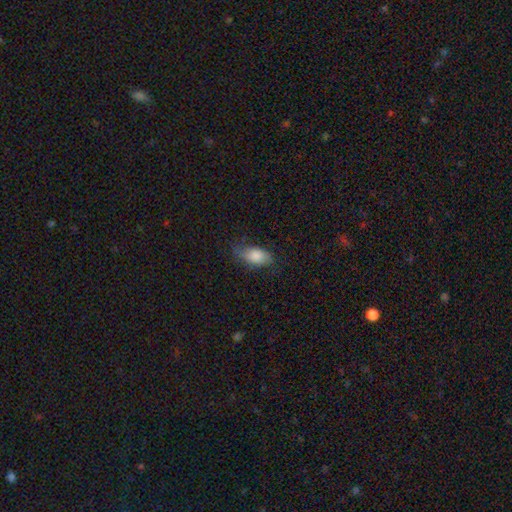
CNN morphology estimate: Smooth or featured?
  - smooth: 78% *
  - featured or disk: 15%
  - star or artifact: 7%
How rounded?
  - in between: 88% *
  - cigar-shaped: 7%
  - round: 4%
Merging?
  - none: 65% *
  - minor disturbance: 26%
  - major disturbance: 8%
  - merger: 1%